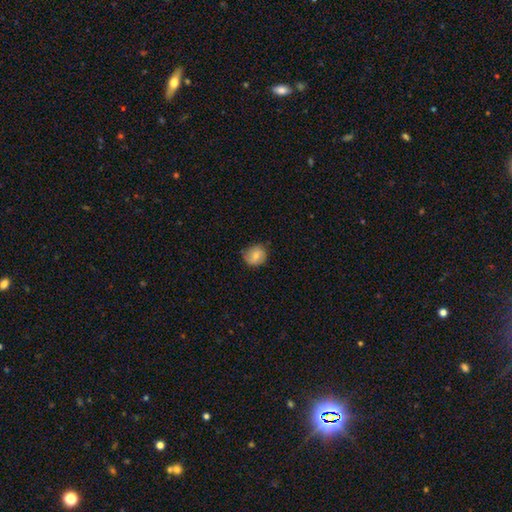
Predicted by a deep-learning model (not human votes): smooth 76%, featured or disk 16%, star or artifact 8%. Down the decision tree: how rounded — round (77%); merging — none (68%).